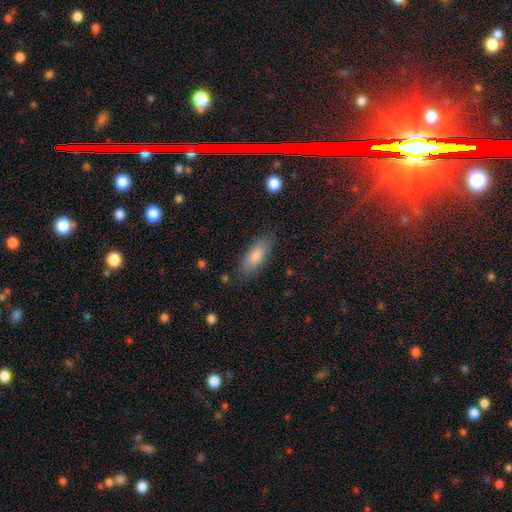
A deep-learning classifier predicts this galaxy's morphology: This appears to be a smooth galaxy with no disk features (79%) that is in between round and cigar-shaped (72%). Merging: none (81%).